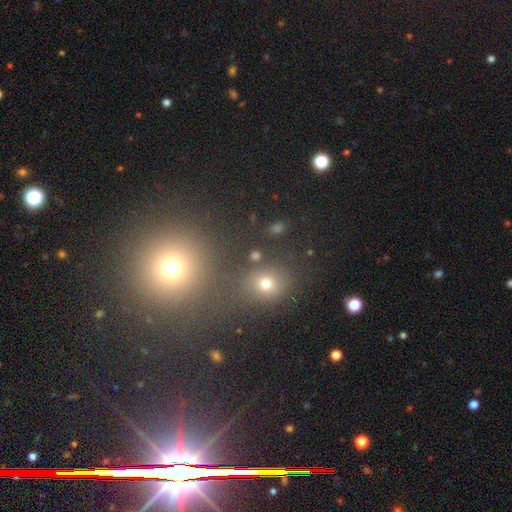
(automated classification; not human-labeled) A smooth galaxy with no disk features (63%) that is round (74%). Merging: none (77%).